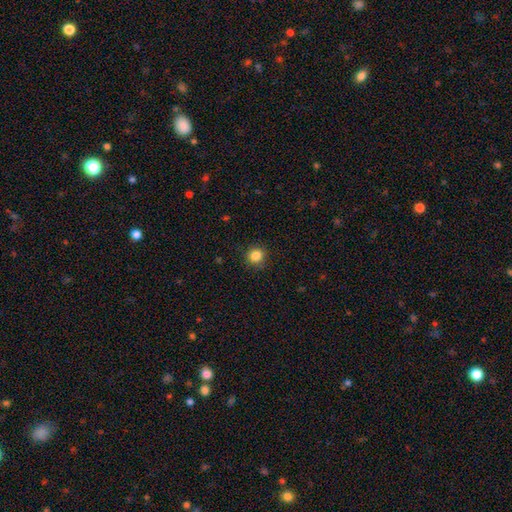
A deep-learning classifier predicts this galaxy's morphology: This is clearly a smooth galaxy (85%). How rounded: clearly round (92%). Merging: clearly none (89%).